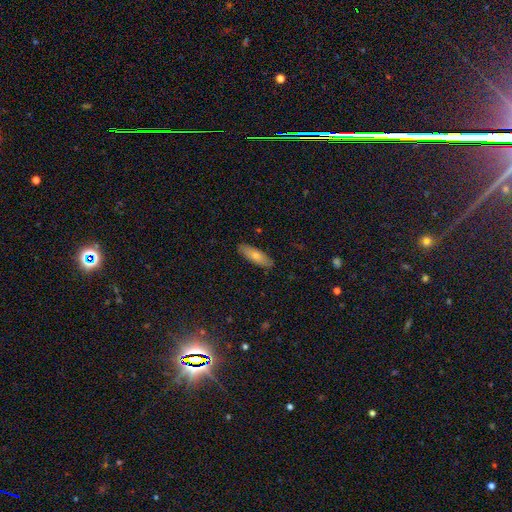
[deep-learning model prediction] Morphology: type=smooth (71%); roundness=in between (58%); merging=none (87%).